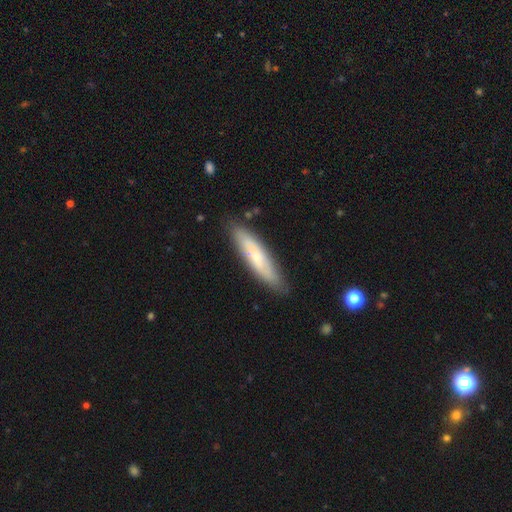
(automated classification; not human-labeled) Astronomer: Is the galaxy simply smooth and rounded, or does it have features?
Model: smooth — 58% (runner-up: featured or disk, 36%).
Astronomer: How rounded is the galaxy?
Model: cigar-shaped — 79%.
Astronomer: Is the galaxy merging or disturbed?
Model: none — 84%.